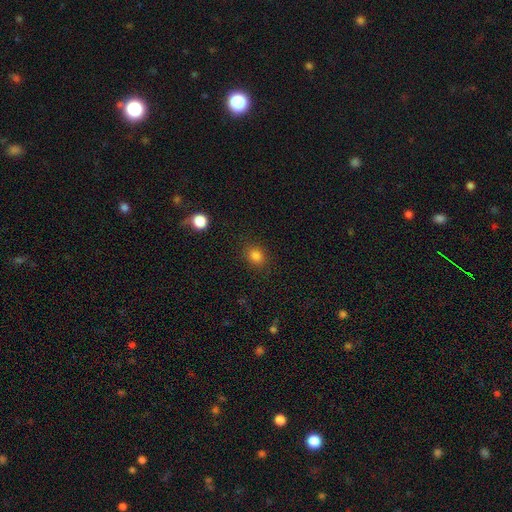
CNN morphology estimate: smooth 83%, star or artifact 13%, featured or disk 4%. Down the decision tree: how rounded — round (60%); merging — none (86%).